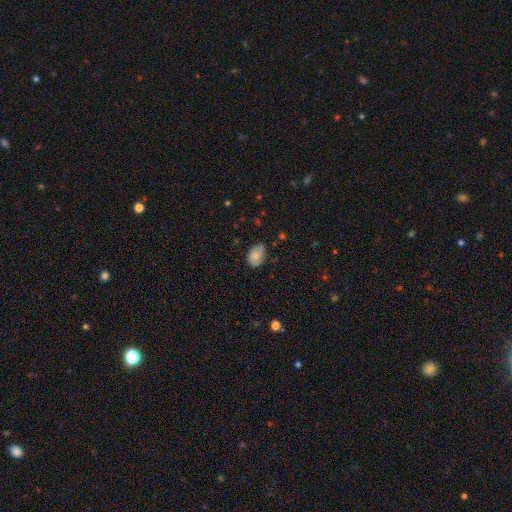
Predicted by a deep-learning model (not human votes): A smooth galaxy with no disk features (77%) that is in between round and cigar-shaped (78%). Merging: none (63%).